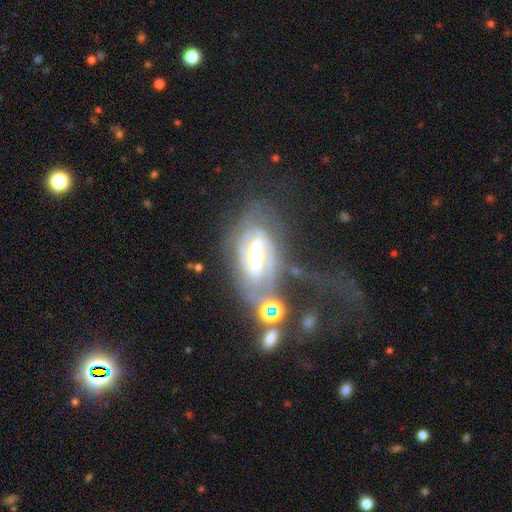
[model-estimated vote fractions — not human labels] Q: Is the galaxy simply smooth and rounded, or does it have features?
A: featured or disk — 86%.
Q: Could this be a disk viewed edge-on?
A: no — 94%.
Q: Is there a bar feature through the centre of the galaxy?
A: strong — 52%.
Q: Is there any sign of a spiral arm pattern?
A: yes — 93%.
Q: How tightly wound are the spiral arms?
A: tight — 46%.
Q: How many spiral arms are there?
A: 2 — 65%.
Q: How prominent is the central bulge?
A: moderate — 59%.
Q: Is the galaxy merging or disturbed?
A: none — 40%.